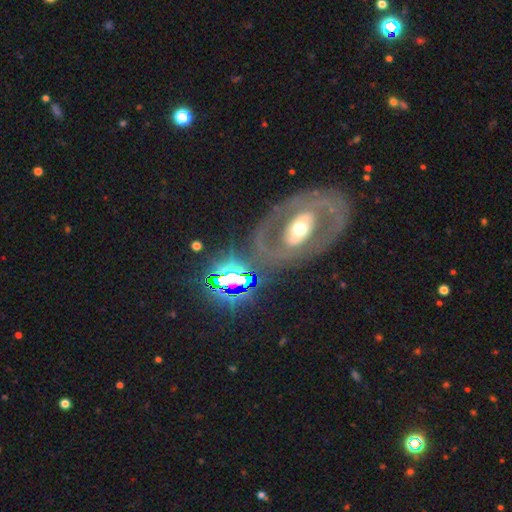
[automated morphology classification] Overall: featured or disk (76%). Edge-on disk: no (92%). Bar: no (42%; weak 31%). Spiral arms: yes (57%; no 43%). Bulge size: moderate (60%; small 30%). Merging: none (65%).